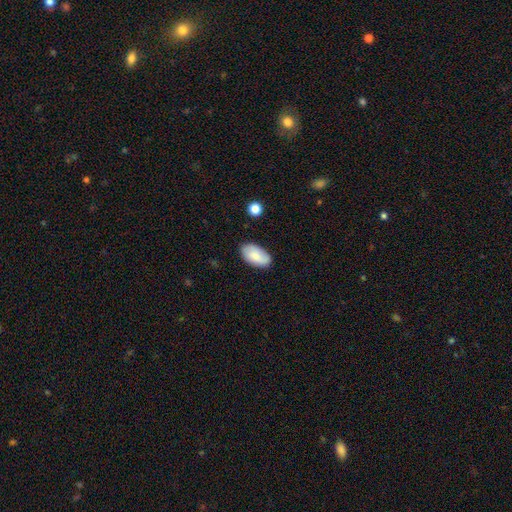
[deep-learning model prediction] smooth_or_featured: smooth (p=0.79) [alt: featured or disk p=0.15]
how_rounded: in between (p=0.95) [alt: round p=0.03]
merging: none (p=0.81) [alt: minor disturbance p=0.15]